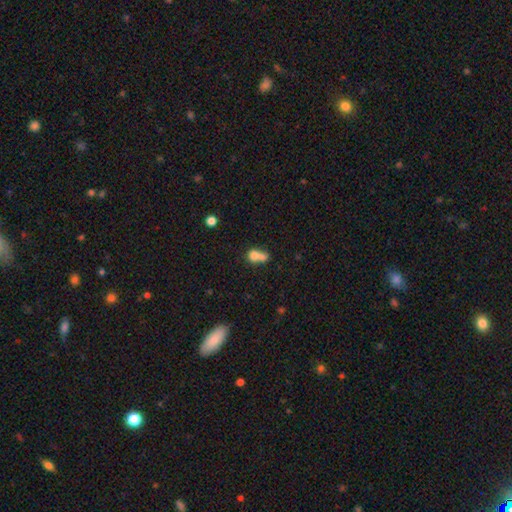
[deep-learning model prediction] smooth-or-featured: smooth: 72% | featured or disk: 17% | star or artifact: 11%
  how-rounded: round: 60% | in between: 38% | cigar-shaped: 2%
  merging: merger: 62% | none: 23% | minor disturbance: 9% | major disturbance: 6%